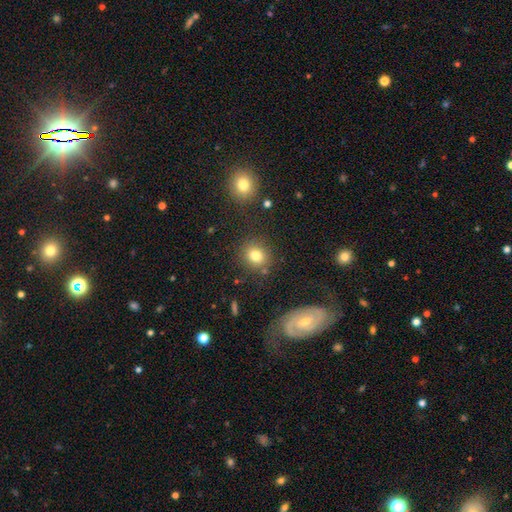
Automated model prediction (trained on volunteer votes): Smooth or featured? Predicted: smooth (p=0.78). How rounded? Predicted: round (p=0.75). Merging? Predicted: none (p=0.81).